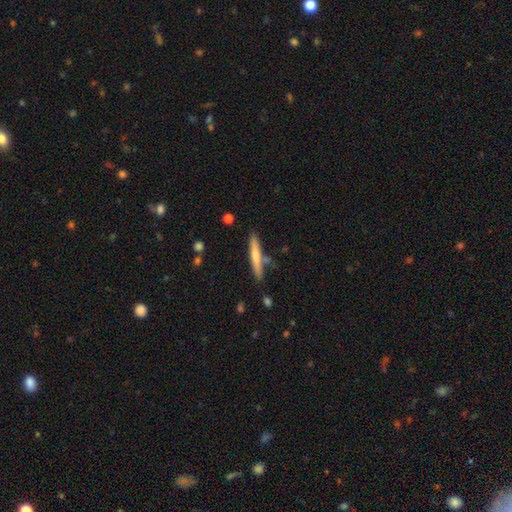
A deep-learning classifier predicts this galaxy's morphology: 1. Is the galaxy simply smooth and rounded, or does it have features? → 59% smooth, 36% featured or disk, 6% star or artifact.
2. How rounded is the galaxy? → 93% cigar-shaped, 6% in between, 1% round.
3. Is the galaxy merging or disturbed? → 77% none, 14% minor disturbance, 7% merger, 3% major disturbance.